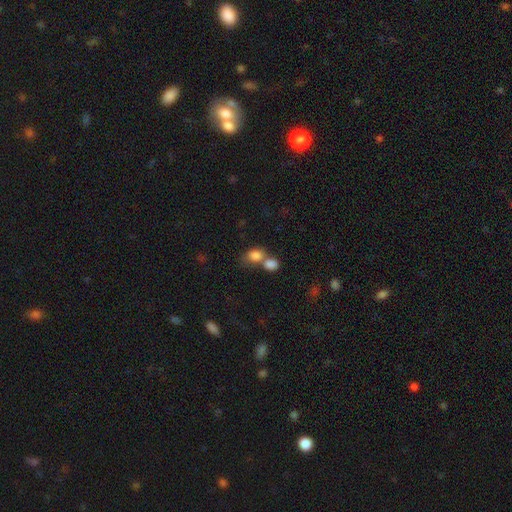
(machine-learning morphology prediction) Smooth or featured: smooth — 82% (star or artifact — 9%)
How rounded: in between — 61% (round — 37%)
Merging: merger — 58% (none — 28%)